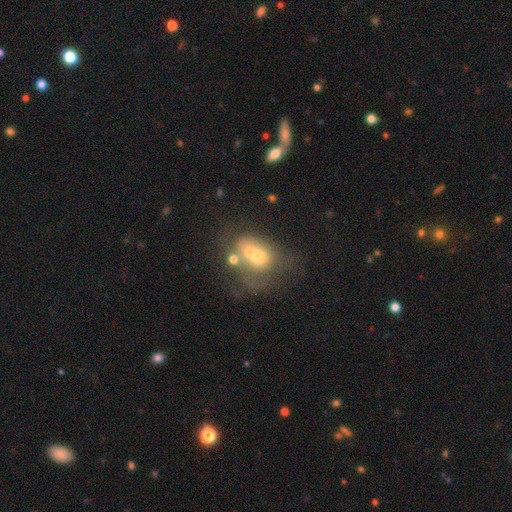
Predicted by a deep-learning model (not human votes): A smooth galaxy with no disk features (48%). Merging: merger (53%).